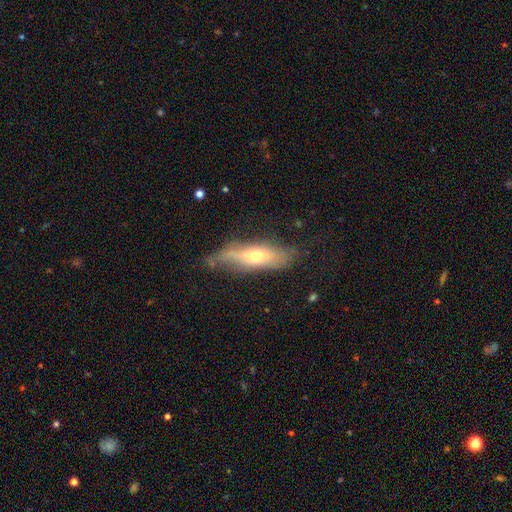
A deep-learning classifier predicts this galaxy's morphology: Smooth or featured?
  - smooth: 48% *
  - featured or disk: 45%
  - star or artifact: 7%
Merging?
  - none: 53% *
  - minor disturbance: 31%
  - major disturbance: 12%
  - merger: 3%